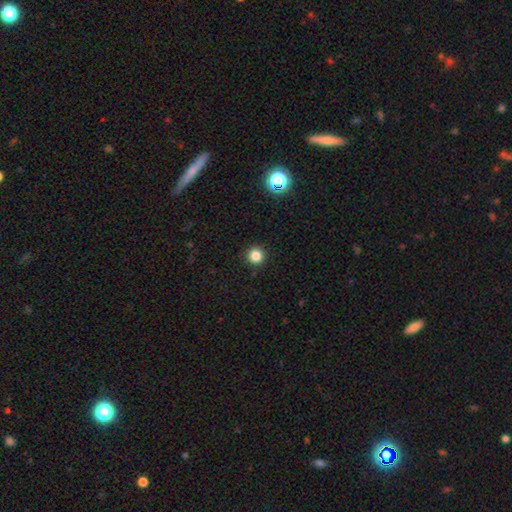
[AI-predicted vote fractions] The model was most divided on "smooth or featured": smooth: 82%, star or artifact: 14%, featured or disk: 4%. More confident: how rounded — round (95%); merging — none (92%).